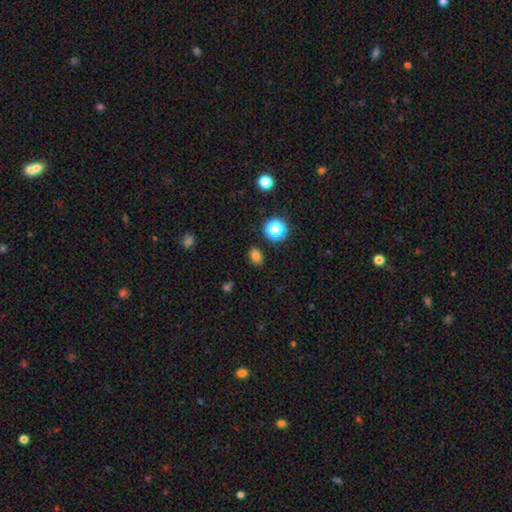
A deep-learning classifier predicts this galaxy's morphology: A smooth galaxy with no disk features (79%) that is in between round and cigar-shaped (59%).

Vote fractions:
- Smooth or featured? smooth: 79% / star or artifact: 17% / featured or disk: 4%
- How rounded? in between: 59% / round: 39% / cigar-shaped: 1%
- Merging? none: 87% / minor disturbance: 9% / major disturbance: 3% / merger: 2%